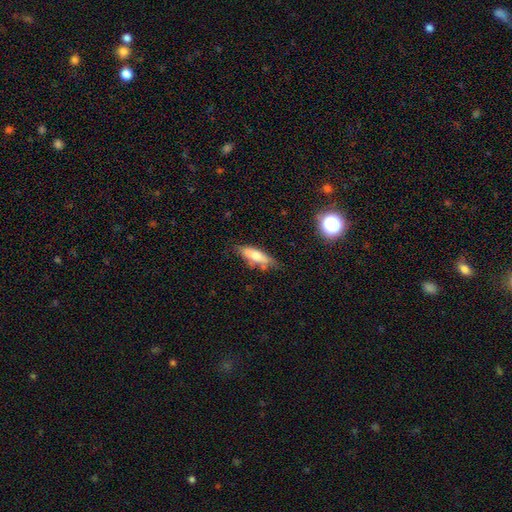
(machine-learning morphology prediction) Smooth or featured?
  - smooth: 63% *
  - featured or disk: 29%
  - star or artifact: 7%
How rounded?
  - cigar-shaped: 49% *
  - in between: 48%
  - round: 2%
Merging?
  - none: 65% *
  - minor disturbance: 24%
  - major disturbance: 5%
  - merger: 5%